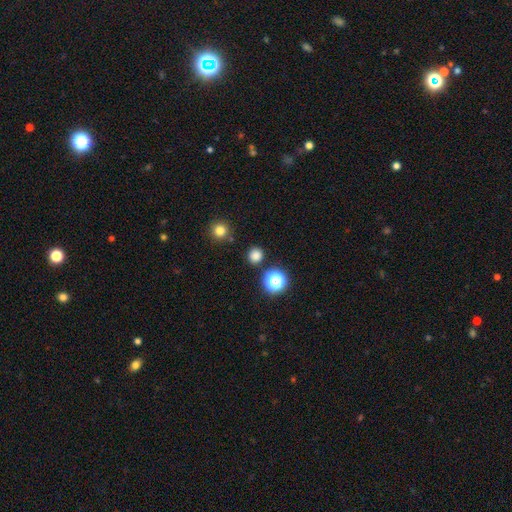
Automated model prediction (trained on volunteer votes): This is likely a smooth galaxy (77%). How rounded: clearly round (92%). Merging: clearly none (88%).